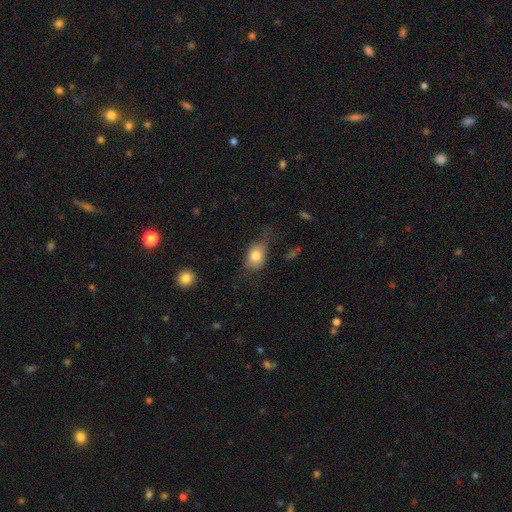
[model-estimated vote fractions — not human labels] This is likely a smooth galaxy (78%). How rounded: likely in between (72%). Merging: possibly none (53%).